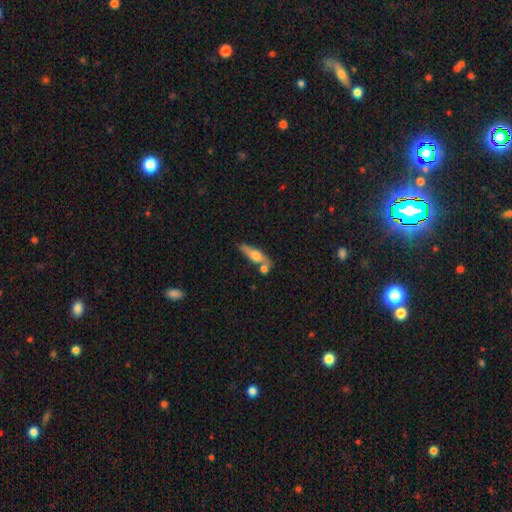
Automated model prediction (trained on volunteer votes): Smooth or featured: smooth — 50% (featured or disk — 43%)
How rounded: cigar-shaped — 62% (in between — 34%)
Merging: none — 59% (merger — 21%)